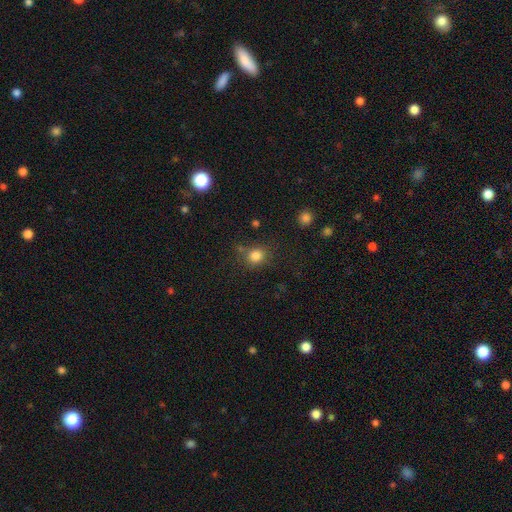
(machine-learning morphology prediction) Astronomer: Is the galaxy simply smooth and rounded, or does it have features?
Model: smooth — 82%.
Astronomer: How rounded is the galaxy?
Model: round — 80%.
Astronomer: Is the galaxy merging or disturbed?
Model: none — 73%.